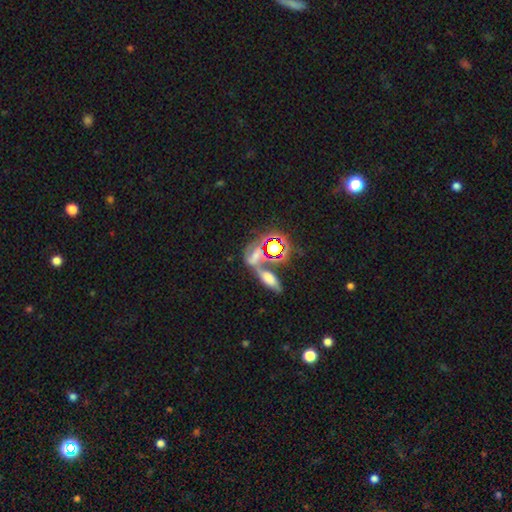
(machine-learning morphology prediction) Smooth or featured? star or artifact (38%)